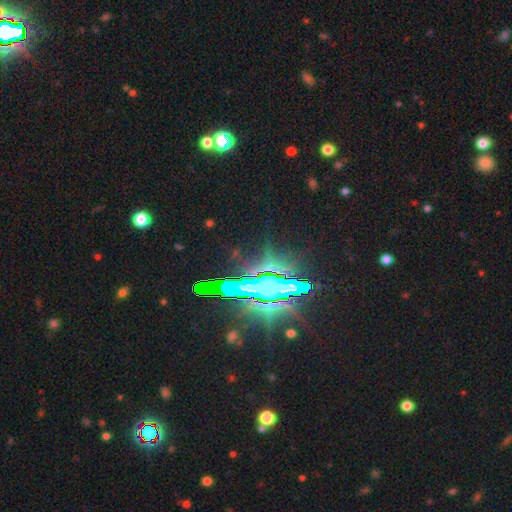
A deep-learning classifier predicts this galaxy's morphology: Q: Smooth or featured?
A: star or artifact (77%); runner-up: featured or disk (14%)